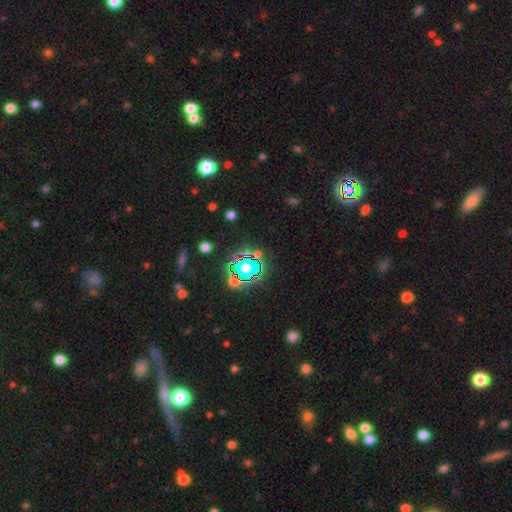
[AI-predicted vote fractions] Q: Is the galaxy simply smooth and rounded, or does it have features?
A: star or artifact — 72%.